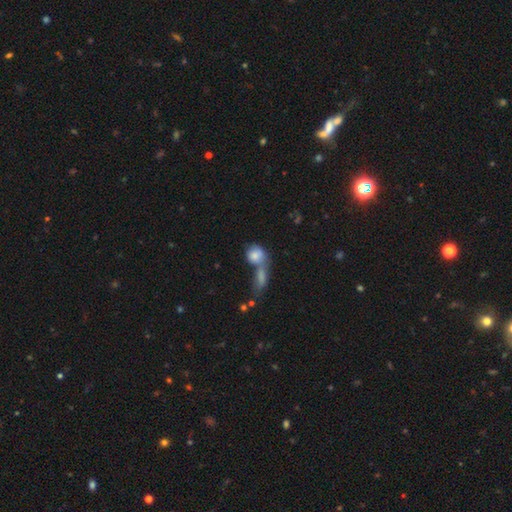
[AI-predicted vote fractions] Smooth or featured?
  - smooth: 78% *
  - featured or disk: 14%
  - star or artifact: 8%
How rounded?
  - round: 57% *
  - in between: 38%
  - cigar-shaped: 4%
Merging?
  - merger: 61% *
  - none: 24%
  - minor disturbance: 9%
  - major disturbance: 6%